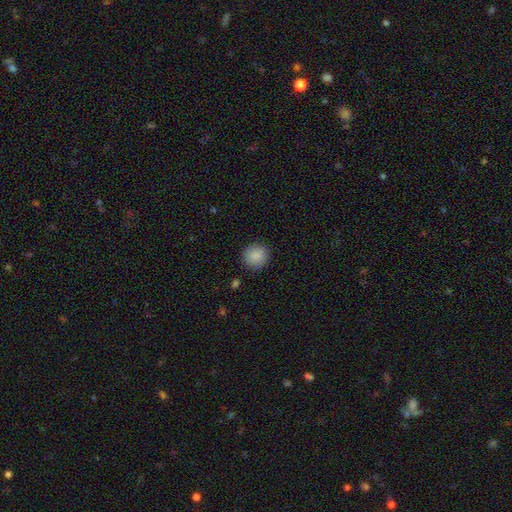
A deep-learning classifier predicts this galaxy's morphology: smooth-or-featured: smooth: 87% | star or artifact: 9% | featured or disk: 4%
  how-rounded: round: 92% | in between: 7% | cigar-shaped: 1%
  merging: none: 90% | minor disturbance: 7% | major disturbance: 2% | merger: 1%